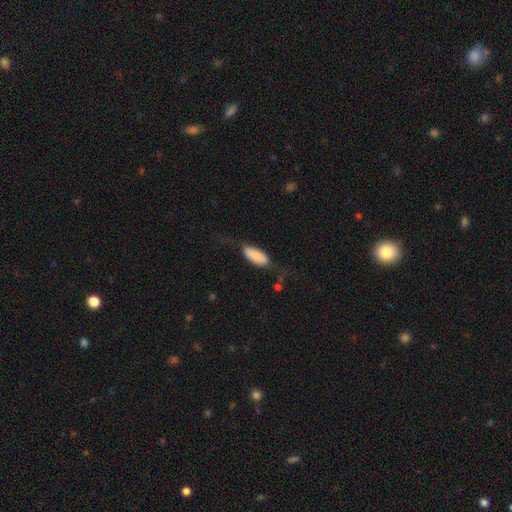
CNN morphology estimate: This appears to be a smooth galaxy with no disk features (79%) that is in between round and cigar-shaped (82%). Merging: none (53%).